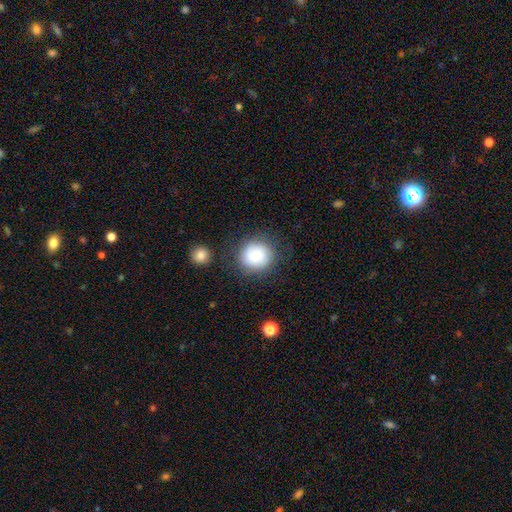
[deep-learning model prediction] Smooth or featured: smooth — 79% (featured or disk — 12%)
How rounded: round — 89% (in between — 10%)
Merging: none — 79% (minor disturbance — 13%)